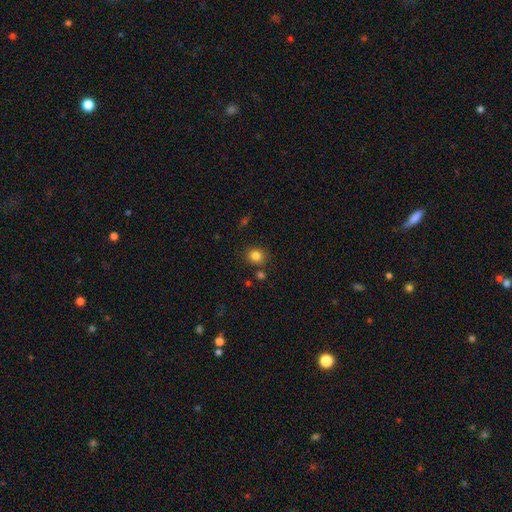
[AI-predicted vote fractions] Overall: smooth (82%). How rounded: round (81%). Merging: none (83%).